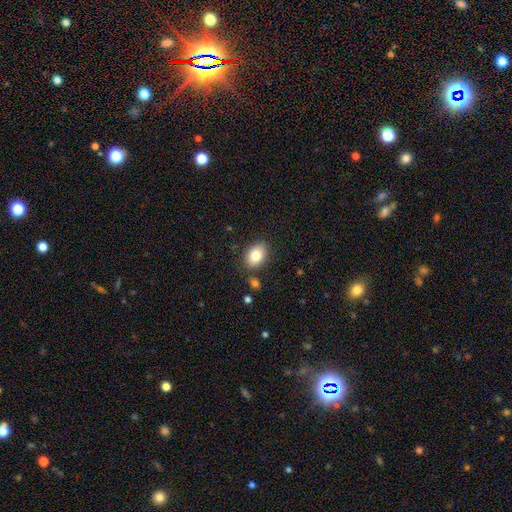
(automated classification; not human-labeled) smooth_or_featured: smooth (p=0.82) [alt: featured or disk p=0.10]
how_rounded: in between (p=0.77) [alt: round p=0.22]
merging: none (p=0.83) [alt: minor disturbance p=0.11]